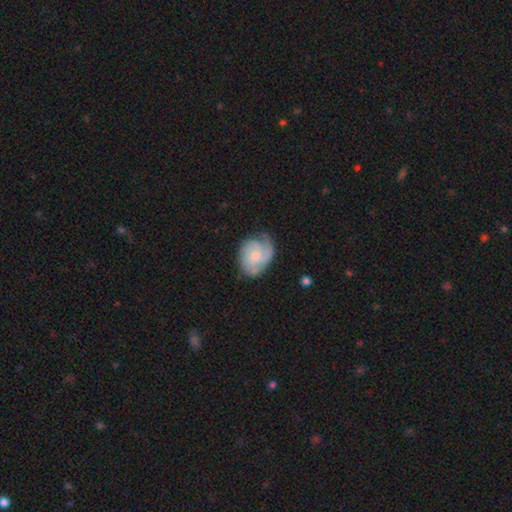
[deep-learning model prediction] Q: Smooth or featured?
A: featured or disk (63%); runner-up: smooth (31%)
Q: Edge-on disk?
A: no (98%); runner-up: yes (2%)
Q: Bar?
A: no (76%); runner-up: weak (22%)
Q: Spiral arms?
A: yes (88%); runner-up: no (12%)
Q: Spiral winding?
A: tight (45%); runner-up: medium (36%)
Q: Spiral arm count?
A: can't tell (31%); runner-up: 2 (27%)
Q: Bulge size?
A: small (51%); runner-up: moderate (40%)
Q: Merging?
A: none (56%); runner-up: minor disturbance (29%)